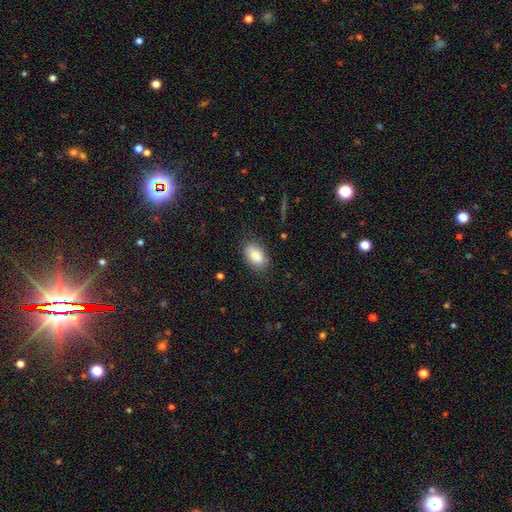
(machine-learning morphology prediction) Smooth or featured?
  - smooth: 87% *
  - star or artifact: 7%
  - featured or disk: 6%
How rounded?
  - in between: 91% *
  - round: 7%
  - cigar-shaped: 2%
Merging?
  - none: 80% *
  - minor disturbance: 15%
  - major disturbance: 4%
  - merger: 2%